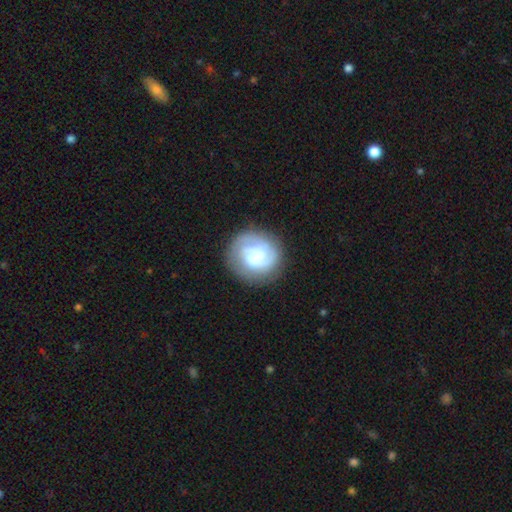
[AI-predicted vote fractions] smooth_or_featured: featured or disk (p=0.61) [alt: smooth p=0.32]
disk_edge_on: no (p=0.98) [alt: yes p=0.02]
bar: no (p=0.53) [alt: weak p=0.36]
has_spiral_arms: yes (p=0.83) [alt: no p=0.17]
bulge_size: moderate (p=0.27) [tied with: small p=0.27]
merging: none (p=0.72) [alt: minor disturbance p=0.16]